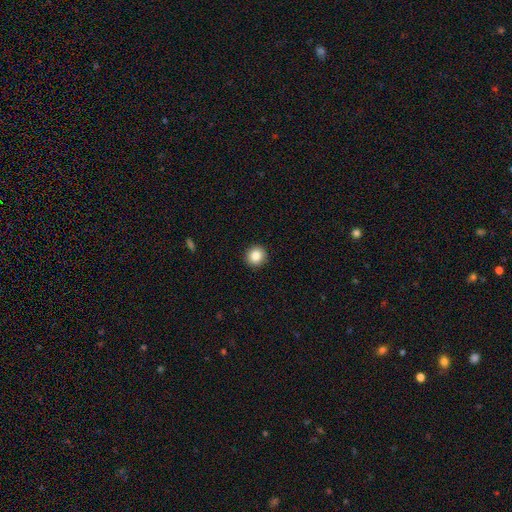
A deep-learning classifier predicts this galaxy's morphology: Smooth or featured: smooth — 86% (star or artifact — 9%)
How rounded: round — 93% (in between — 6%)
Merging: none — 93% (minor disturbance — 5%)